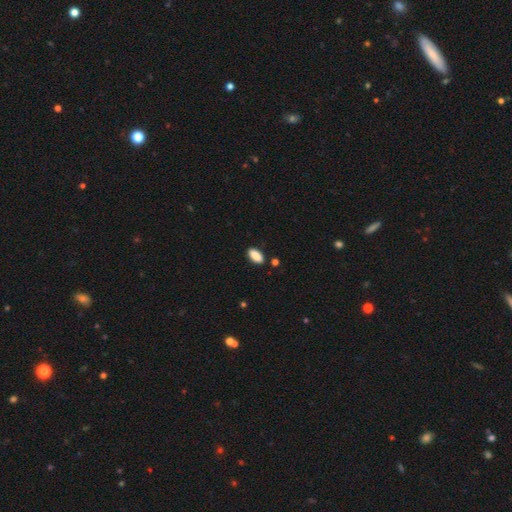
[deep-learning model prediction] The model was most divided on "merging": none: 87%, minor disturbance: 9%, merger: 2%, major disturbance: 2%. More confident: how rounded — in between (90%); smooth or featured — smooth (88%).